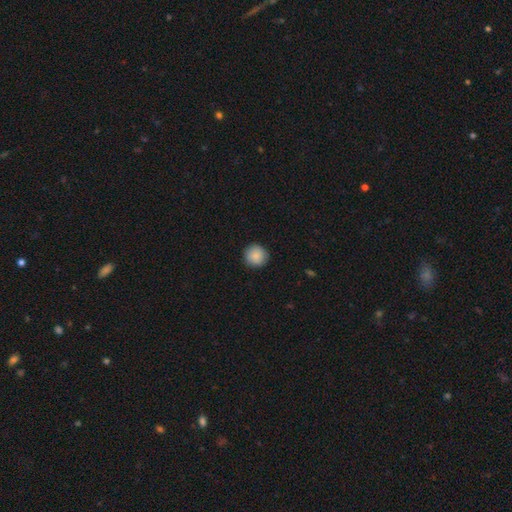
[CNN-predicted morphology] Overall: smooth (87%). How rounded: round (94%). Merging: none (90%).